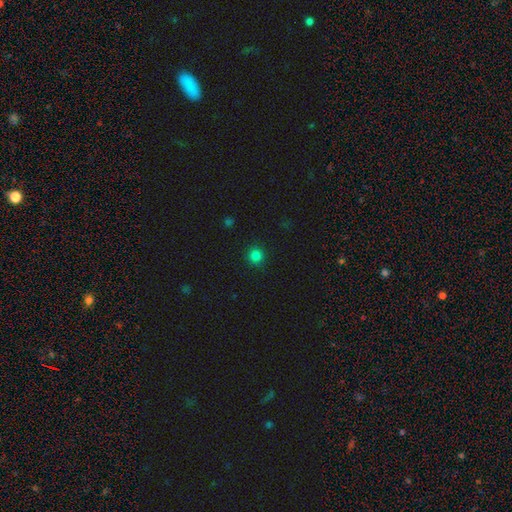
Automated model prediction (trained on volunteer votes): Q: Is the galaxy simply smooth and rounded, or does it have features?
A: smooth — 83%.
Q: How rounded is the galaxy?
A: round — 93%.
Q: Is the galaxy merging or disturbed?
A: none — 91%.